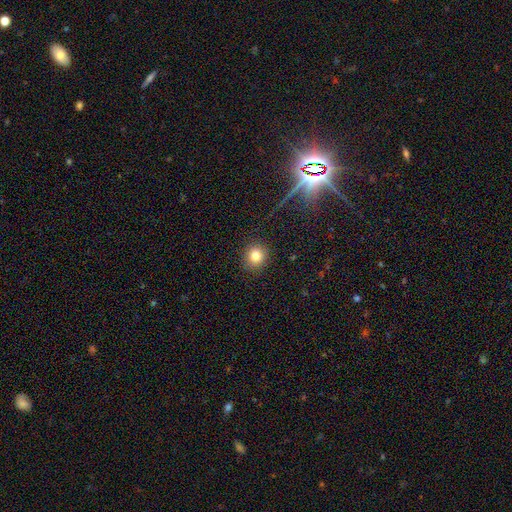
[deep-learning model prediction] The model was most divided on "smooth or featured": smooth: 80%, star or artifact: 12%, featured or disk: 8%. More confident: merging — none (90%); how rounded — round (86%).